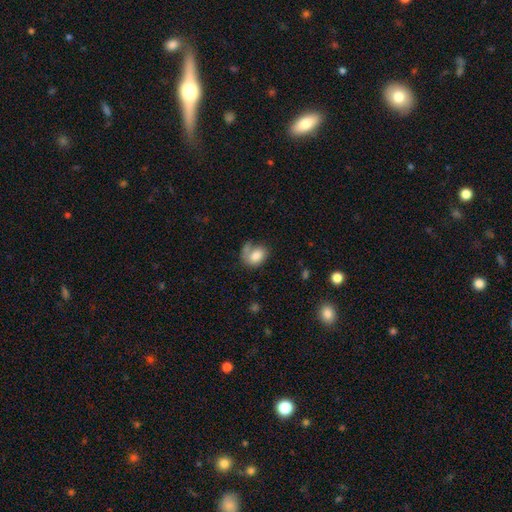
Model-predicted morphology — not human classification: type=smooth (77%); roundness=in between (74%); merging=none (44%).